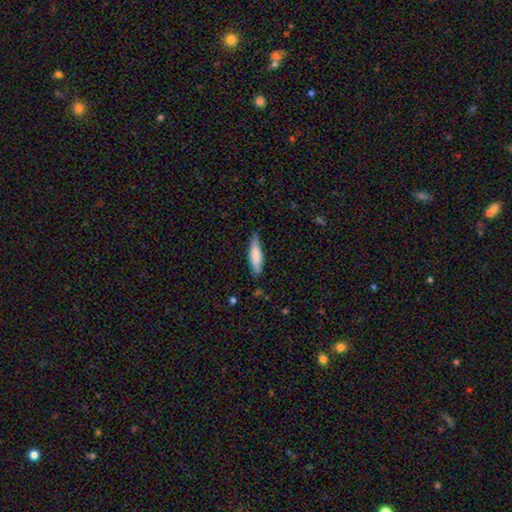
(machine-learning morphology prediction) type=smooth (80%); roundness=cigar-shaped (66%); merging=none (76%).